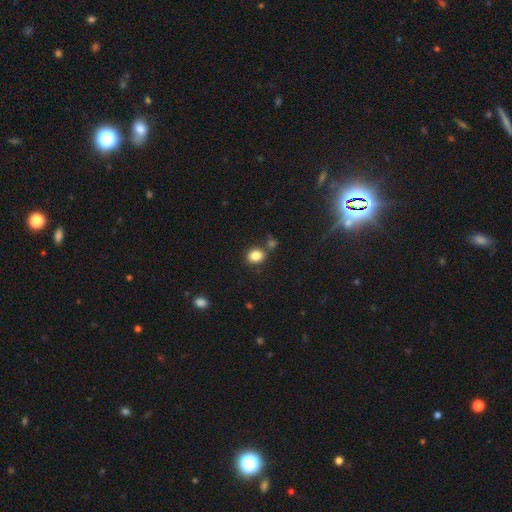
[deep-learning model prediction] Morphology: type=smooth (84%); roundness=round (57%); merging=none (71%).